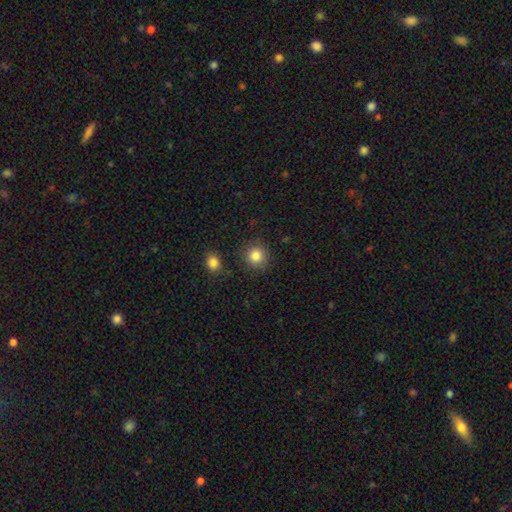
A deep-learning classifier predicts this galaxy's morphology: Smooth or featured?
  - smooth: 85% *
  - star or artifact: 10%
  - featured or disk: 5%
How rounded?
  - round: 91% *
  - in between: 9%
  - cigar-shaped: 1%
Merging?
  - none: 87% *
  - minor disturbance: 7%
  - merger: 3%
  - major disturbance: 3%